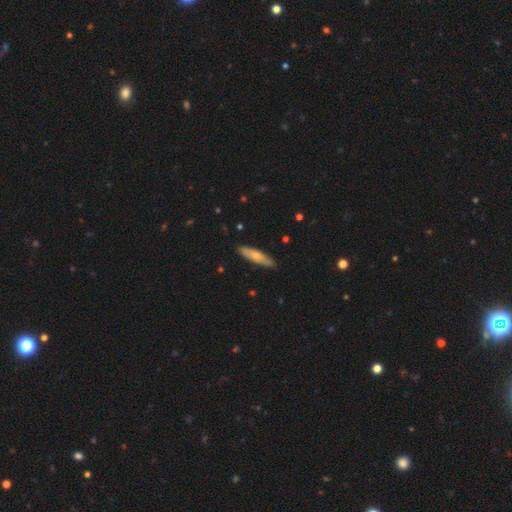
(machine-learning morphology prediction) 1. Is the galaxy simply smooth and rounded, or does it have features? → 61% smooth, 34% featured or disk, 5% star or artifact.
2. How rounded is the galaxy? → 73% cigar-shaped, 25% in between, 2% round.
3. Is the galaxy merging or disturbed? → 86% none, 11% minor disturbance, 2% major disturbance, 1% merger.